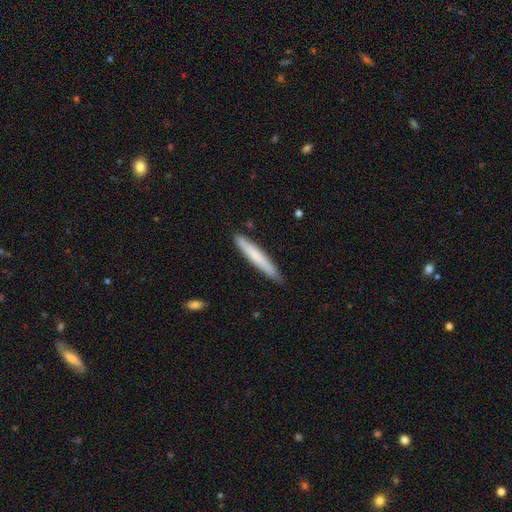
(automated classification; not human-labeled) smooth-or-featured: smooth: 70% | featured or disk: 25% | star or artifact: 5%
  how-rounded: cigar-shaped: 95% | in between: 3% | round: 1%
  merging: none: 86% | minor disturbance: 11% | major disturbance: 2% | merger: 2%